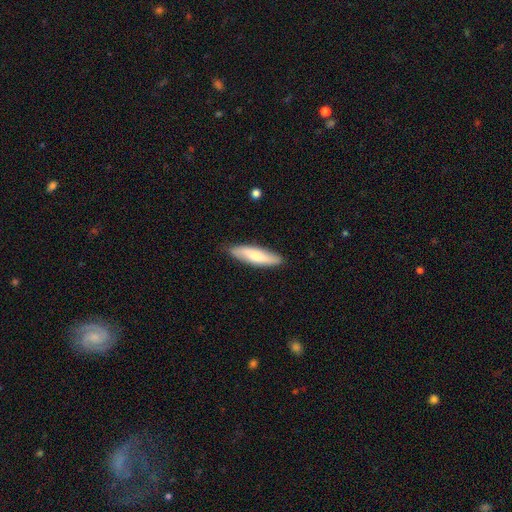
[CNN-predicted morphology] type=smooth (65%); roundness=cigar-shaped (66%); merging=none (85%).